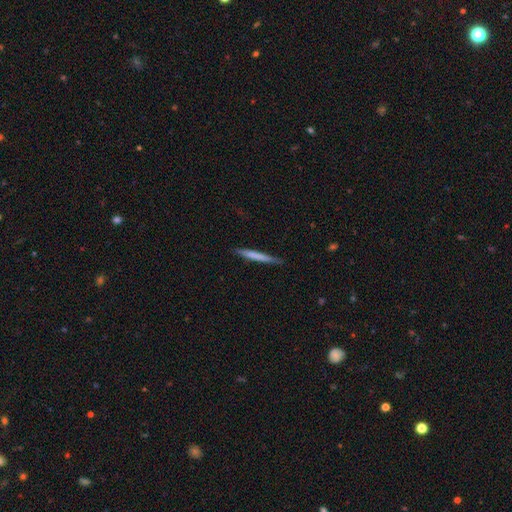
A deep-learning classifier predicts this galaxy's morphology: This appears to be a smooth galaxy with no disk features (63%) that is cigar-shaped (96%). Merging: none (86%).